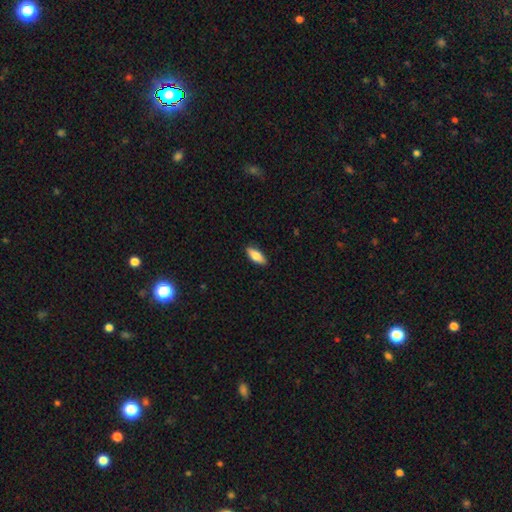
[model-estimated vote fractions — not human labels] smooth-or-featured: smooth: 77% | featured or disk: 17% | star or artifact: 6%
  how-rounded: in between: 73% | cigar-shaped: 25% | round: 2%
  merging: none: 88% | minor disturbance: 9% | major disturbance: 2% | merger: 1%